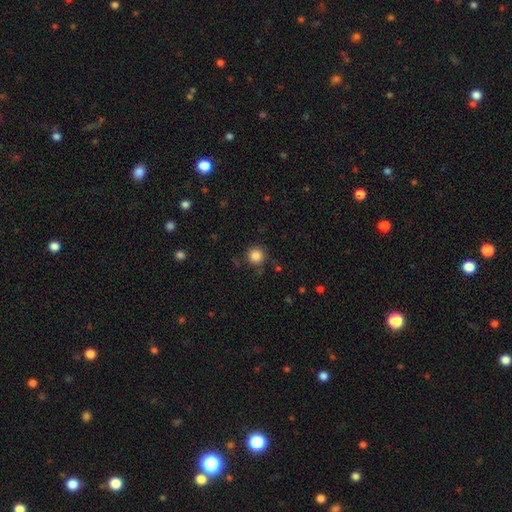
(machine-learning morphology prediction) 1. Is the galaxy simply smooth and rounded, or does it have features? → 85% smooth, 11% star or artifact, 4% featured or disk.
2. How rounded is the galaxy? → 95% round, 4% in between, 1% cigar-shaped.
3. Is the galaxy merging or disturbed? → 83% none, 11% minor disturbance, 3% major disturbance, 2% merger.